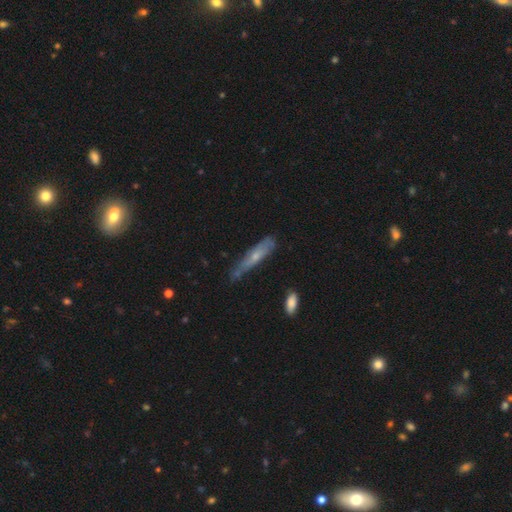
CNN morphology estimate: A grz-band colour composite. It shows a smooth galaxy with no disk features (47%). Merging: none (59%).